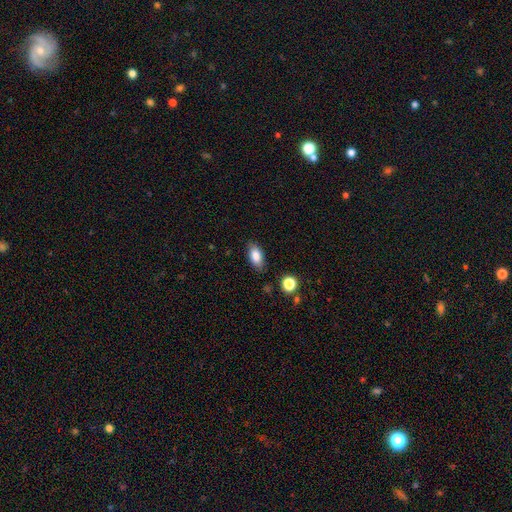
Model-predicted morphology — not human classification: Smooth or featured?
  - smooth: 84% *
  - featured or disk: 9%
  - star or artifact: 8%
How rounded?
  - in between: 89% *
  - cigar-shaped: 6%
  - round: 5%
Merging?
  - none: 84% *
  - minor disturbance: 12%
  - major disturbance: 3%
  - merger: 2%